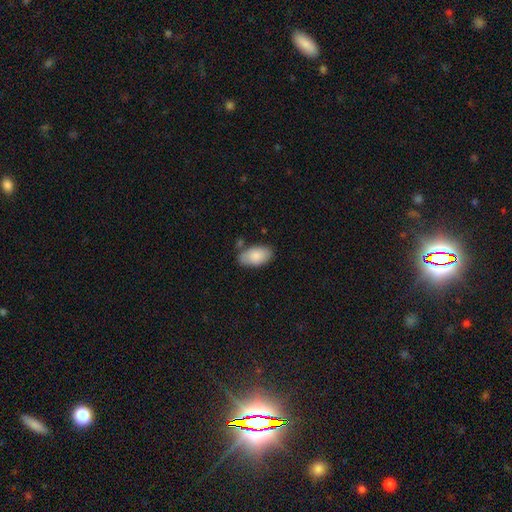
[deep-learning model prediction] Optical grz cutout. It shows a smooth galaxy with no disk features (86%) that is in between round and cigar-shaped (95%). Merging: none (70%).